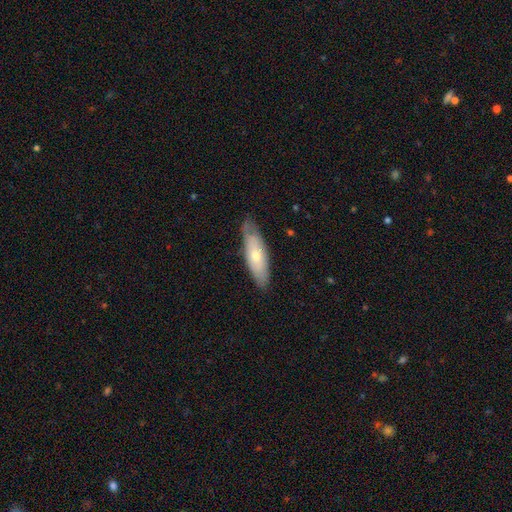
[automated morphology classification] smooth 48%, featured or disk 46%, star or artifact 6%. Down the decision tree: merging — none (75%).